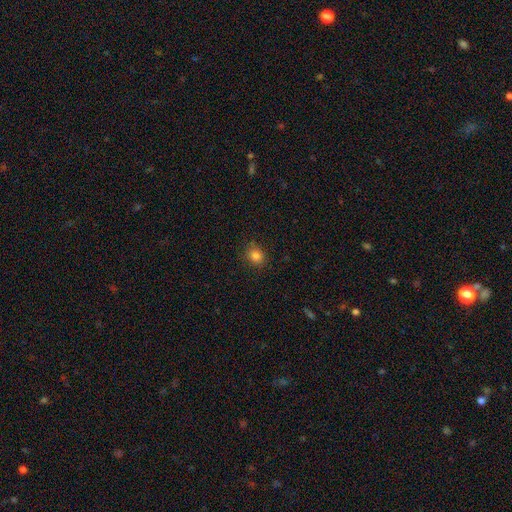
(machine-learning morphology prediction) A smooth galaxy with no disk features (83%) that is round (77%).

Vote fractions:
- Smooth or featured? smooth: 83% / star or artifact: 12% / featured or disk: 5%
- How rounded? round: 77% / in between: 22% / cigar-shaped: 1%
- Merging? none: 87% / minor disturbance: 9% / major disturbance: 3% / merger: 1%